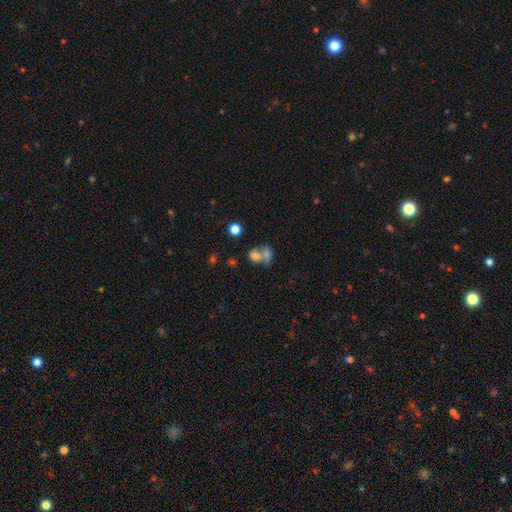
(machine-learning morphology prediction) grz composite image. It shows a smooth galaxy with no disk features (72%) that is in between round and cigar-shaped (54%). Merging: merger (66%).